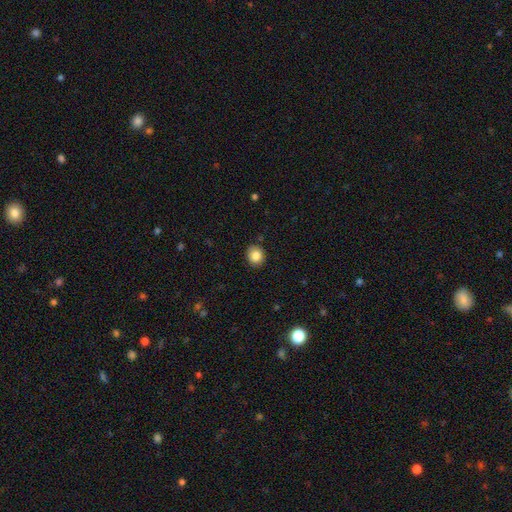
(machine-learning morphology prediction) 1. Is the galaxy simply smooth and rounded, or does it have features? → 84% smooth, 9% star or artifact, 6% featured or disk.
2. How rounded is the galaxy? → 74% round, 25% in between, 1% cigar-shaped.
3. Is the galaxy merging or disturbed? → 88% none, 9% minor disturbance, 2% major disturbance, 1% merger.